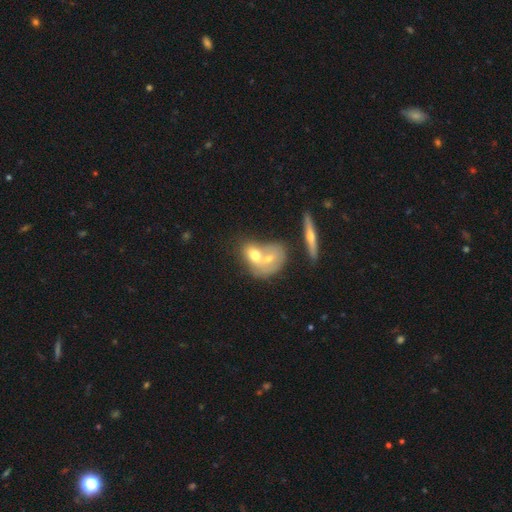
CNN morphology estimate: Smooth or featured: smooth — 56% (featured or disk — 36%)
How rounded: in between — 69% (round — 26%)
Merging: merger — 66% (none — 22%)